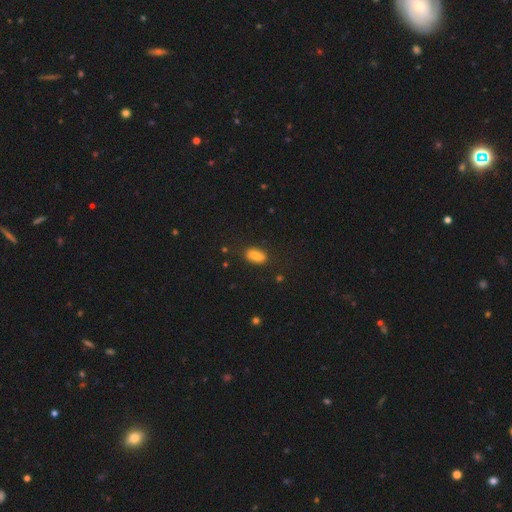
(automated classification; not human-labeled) Morphology: type=smooth (82%); roundness=in between (81%); merging=none (76%).